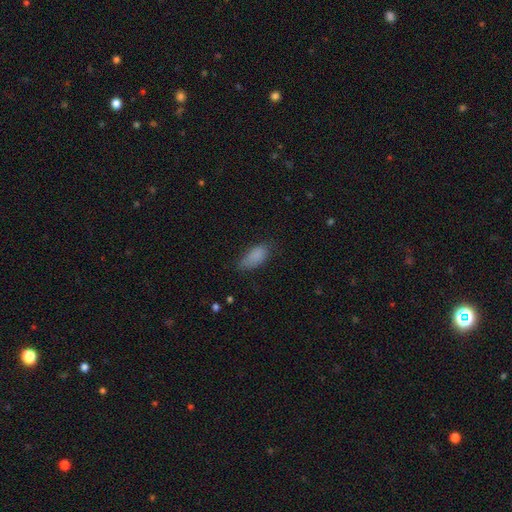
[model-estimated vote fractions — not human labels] Smooth or featured? Predicted: smooth (p=0.85). How rounded? Predicted: in between (p=0.86). Merging? Predicted: none (p=0.62).